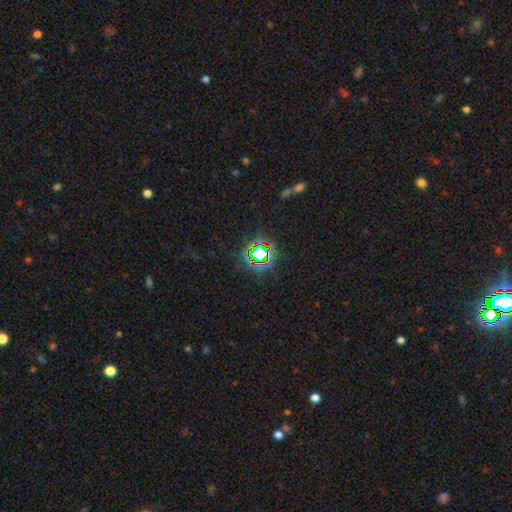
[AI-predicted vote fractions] Smooth or featured: star or artifact — 75% (smooth — 15%)